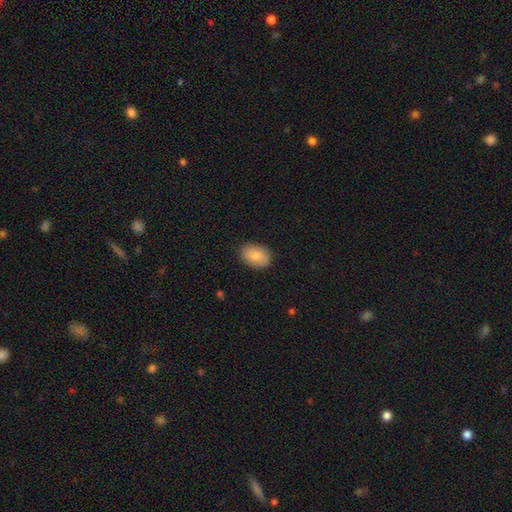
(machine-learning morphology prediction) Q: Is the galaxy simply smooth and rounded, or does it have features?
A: smooth — 80%.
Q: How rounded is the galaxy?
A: in between — 84%.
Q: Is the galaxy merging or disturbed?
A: none — 86%.